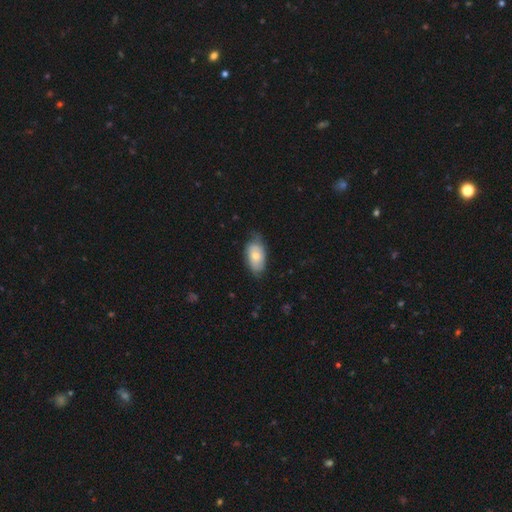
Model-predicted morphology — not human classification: The model was most divided on "smooth or featured": smooth: 62%, featured or disk: 32%, star or artifact: 6%. More confident: how rounded — in between (92%); merging — none (62%).